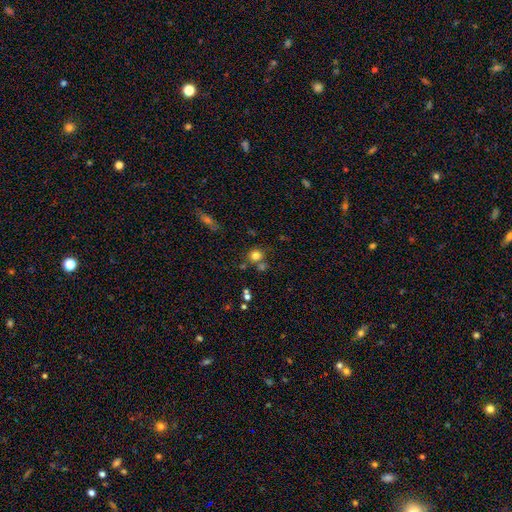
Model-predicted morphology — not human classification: smooth 78%, star or artifact 14%, featured or disk 9%. Down the decision tree: how rounded — round (85%); merging — none (65%).